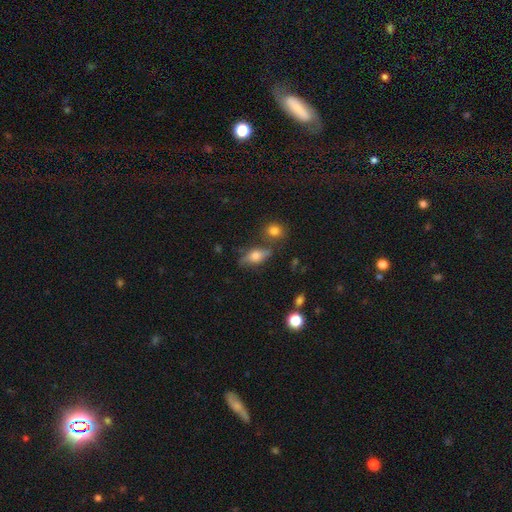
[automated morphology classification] A smooth galaxy with no disk features (55%) that is in between round and cigar-shaped (72%). Merging: none (65%).